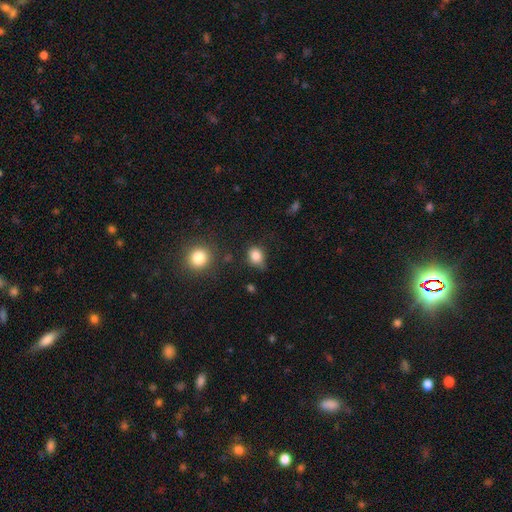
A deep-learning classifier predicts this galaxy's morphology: The model was most divided on "how rounded": round: 65%, in between: 34%, cigar-shaped: 1%. More confident: smooth or featured — smooth (83%); merging — none (64%).